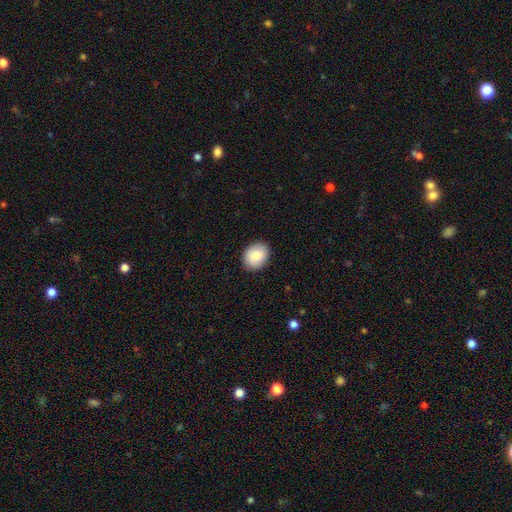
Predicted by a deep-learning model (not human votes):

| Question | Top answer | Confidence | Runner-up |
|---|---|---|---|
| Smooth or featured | smooth | 82% | featured or disk (10%) |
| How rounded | round | 52% | in between (47%) |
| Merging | none | 88% | minor disturbance (9%) |